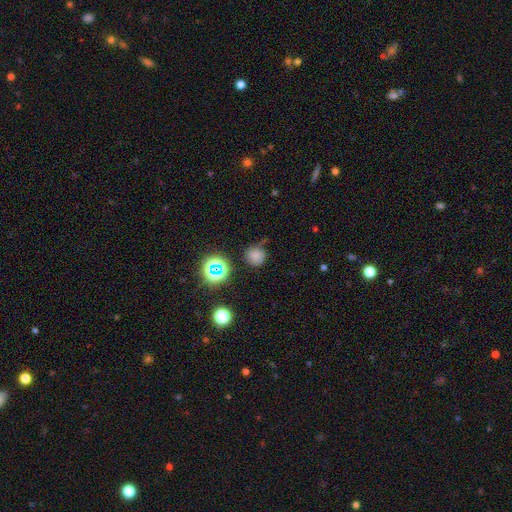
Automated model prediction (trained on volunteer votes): A smooth galaxy with no disk features (71%) that is round (90%).

Vote fractions:
- Smooth or featured? smooth: 71% / star or artifact: 21% / featured or disk: 8%
- How rounded? round: 90% / in between: 9% / cigar-shaped: 1%
- Merging? none: 67% / minor disturbance: 21% / major disturbance: 7% / merger: 5%